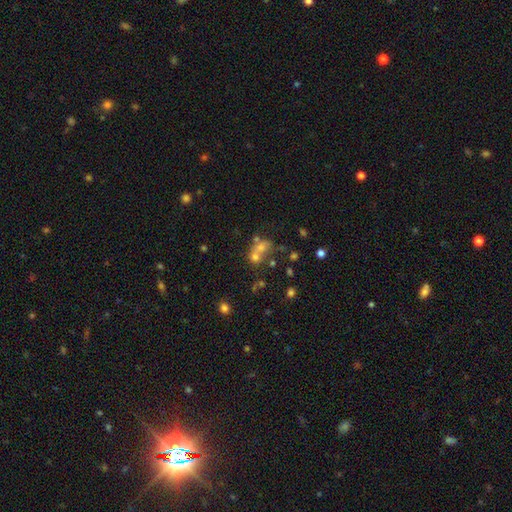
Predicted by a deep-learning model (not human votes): A smooth galaxy with no disk features (48%). Merging: merger (52%).